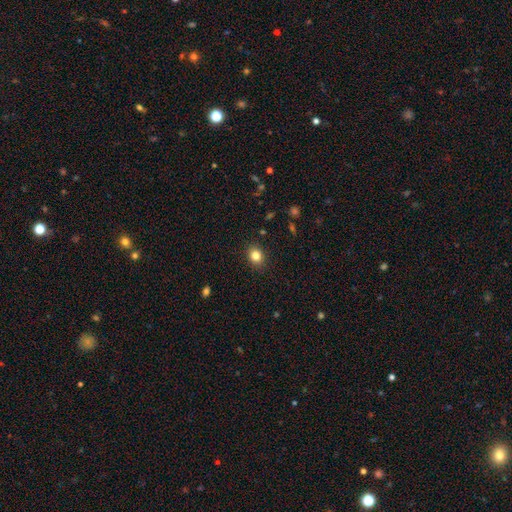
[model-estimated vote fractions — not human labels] A smooth galaxy with no disk features (82%) that is round (58%). Merging: none (89%).